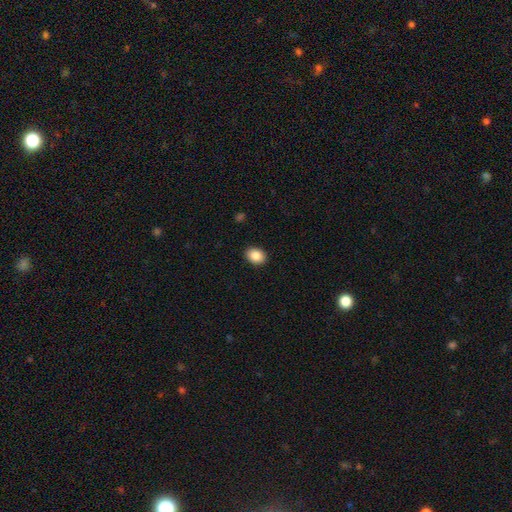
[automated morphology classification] This is clearly a smooth galaxy (88%). How rounded: likely in between (70%). Merging: clearly none (90%).